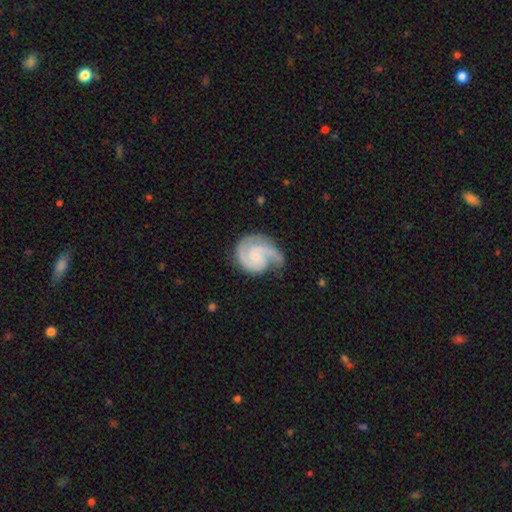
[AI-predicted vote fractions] Smooth or featured?
  - featured or disk: 88% *
  - smooth: 8%
  - star or artifact: 4%
Edge-on disk?
  - no: 98% *
  - yes: 2%
Bar?
  - no: 65% *
  - weak: 30%
  - strong: 5%
Spiral arms?
  - yes: 98% *
  - no: 2%
Spiral winding?
  - tight: 46% *
  - medium: 44%
  - loose: 10%
Spiral arm count?
  - 2: 72% *
  - 3: 11%
  - 1: 8%
  - can't tell: 5%
  - 4: 2%
  - more than 4: 2%
Bulge size?
  - small: 65% *
  - moderate: 23%
  - none: 9%
  - large: 1%
  - dominant: 1%
Merging?
  - none: 58% *
  - minor disturbance: 27%
  - major disturbance: 14%
  - merger: 2%